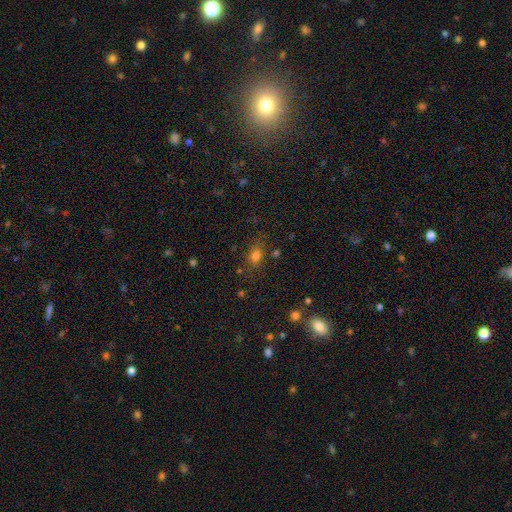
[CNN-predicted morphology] Smooth or featured?
  - smooth: 73% *
  - star or artifact: 17%
  - featured or disk: 10%
How rounded?
  - in between: 57% *
  - round: 39%
  - cigar-shaped: 4%
Merging?
  - none: 73% *
  - minor disturbance: 17%
  - major disturbance: 6%
  - merger: 5%